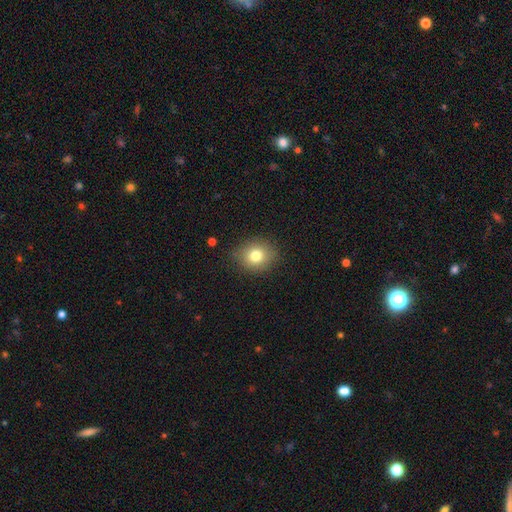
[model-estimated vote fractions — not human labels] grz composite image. It shows a smooth galaxy with no disk features (78%) that is round (75%). Merging: none (86%).